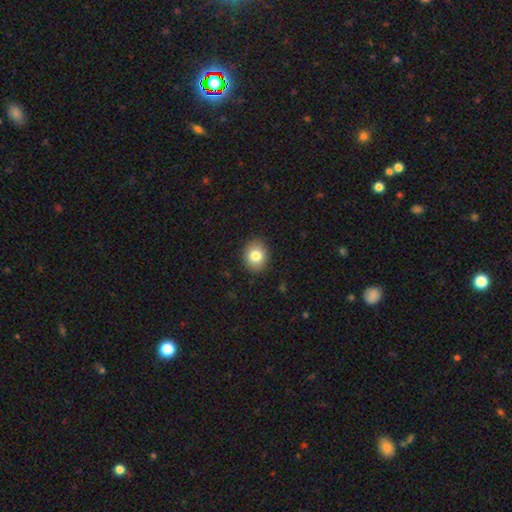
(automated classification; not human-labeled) A smooth galaxy with no disk features (81%) that is round (60%).

Vote fractions:
- Smooth or featured? smooth: 81% / featured or disk: 10% / star or artifact: 9%
- How rounded? round: 60% / in between: 39% / cigar-shaped: 1%
- Merging? none: 89% / minor disturbance: 8% / major disturbance: 2% / merger: 1%